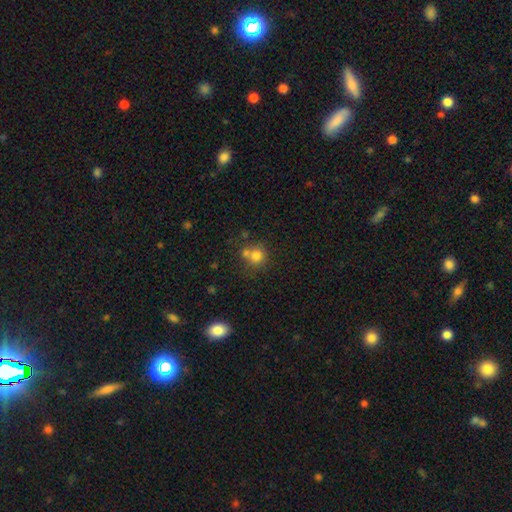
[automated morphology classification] type=smooth (76%); roundness=round (86%); merging=none (51%).